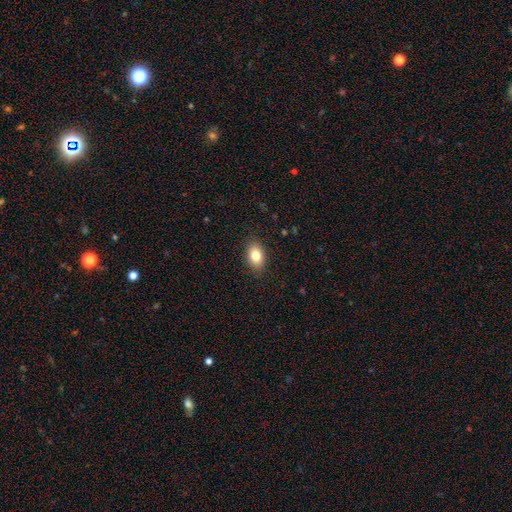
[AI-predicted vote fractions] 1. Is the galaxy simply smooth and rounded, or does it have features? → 81% smooth, 10% featured or disk, 9% star or artifact.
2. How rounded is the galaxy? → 83% in between, 15% round, 1% cigar-shaped.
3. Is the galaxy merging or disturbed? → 87% none, 9% minor disturbance, 2% major disturbance, 1% merger.